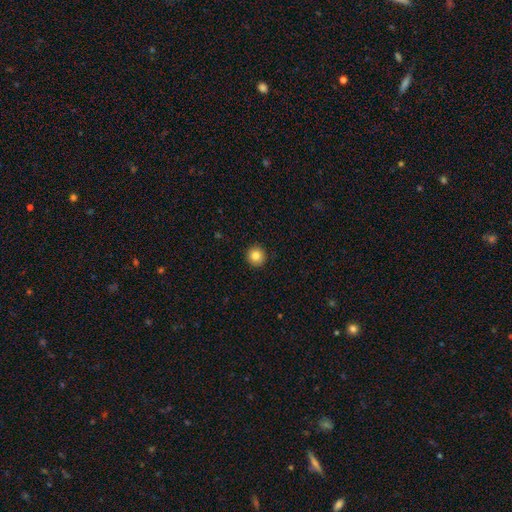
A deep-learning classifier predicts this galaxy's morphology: This appears to be a smooth galaxy with no disk features (83%) that is round (95%). Merging: none (93%).